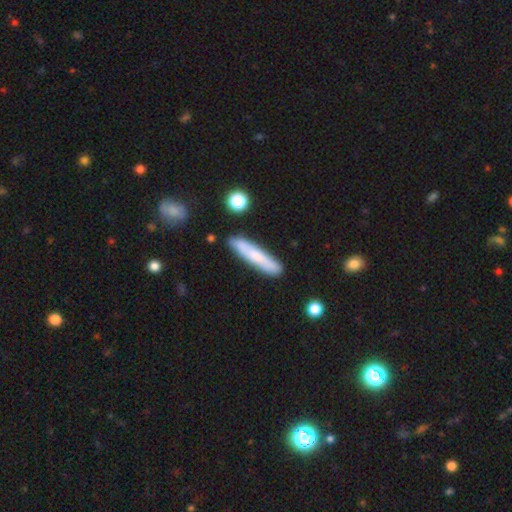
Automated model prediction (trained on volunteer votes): smooth_or_featured: smooth (p=0.70) [alt: featured or disk p=0.24]
how_rounded: cigar-shaped (p=0.90) [alt: in between p=0.08]
merging: none (p=0.84) [alt: minor disturbance p=0.11]